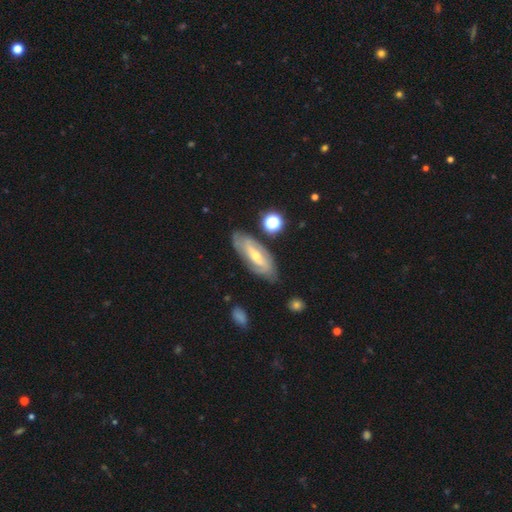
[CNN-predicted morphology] type=featured or disk (72%); edge-on=no (85%); bar=weak (37%); spiral arms=yes (79%); bulge=small (57%); merging=none (77%).